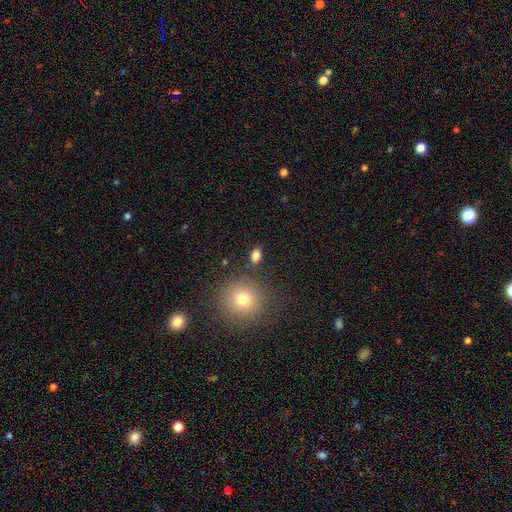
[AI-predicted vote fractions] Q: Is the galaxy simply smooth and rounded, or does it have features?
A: smooth — 83%.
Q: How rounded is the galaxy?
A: in between — 76%.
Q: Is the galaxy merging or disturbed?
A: none — 83%.